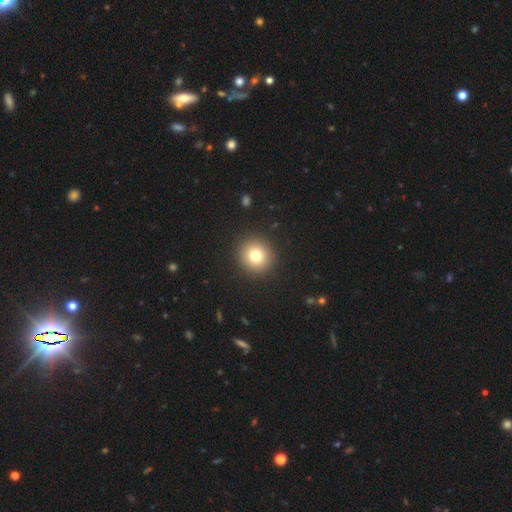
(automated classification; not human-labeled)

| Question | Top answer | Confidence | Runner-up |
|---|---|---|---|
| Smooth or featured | smooth | 78% | star or artifact (12%) |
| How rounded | round | 92% | in between (7%) |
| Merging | none | 92% | minor disturbance (5%) |